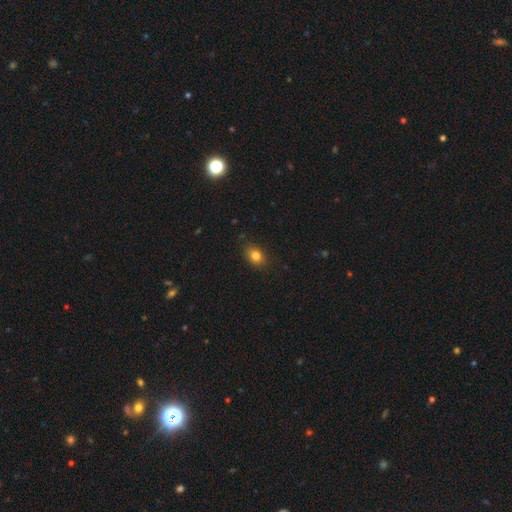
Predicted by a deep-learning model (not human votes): The model was most divided on "how rounded": in between: 68%, round: 31%, cigar-shaped: 1%. More confident: merging — none (84%); smooth or featured — smooth (82%).